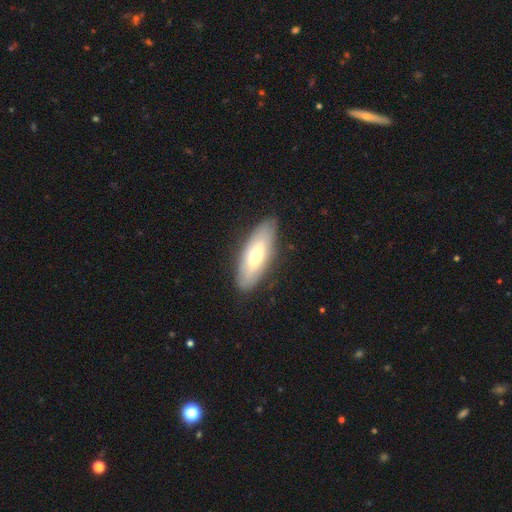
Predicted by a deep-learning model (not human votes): Smooth or featured? smooth (56%)
How rounded? in between (71%)
Merging? none (84%)